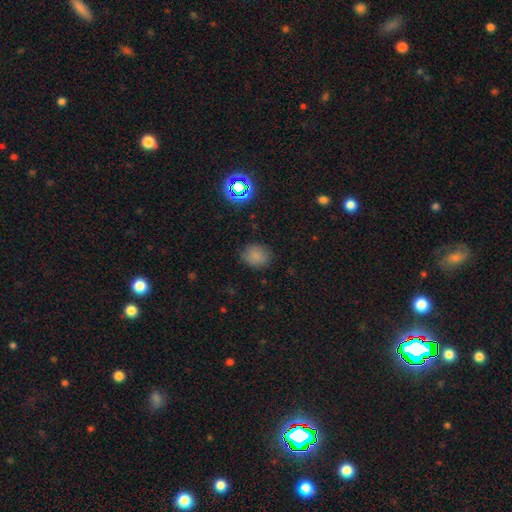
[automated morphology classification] type=smooth (79%); roundness=round (63%); merging=none (82%).